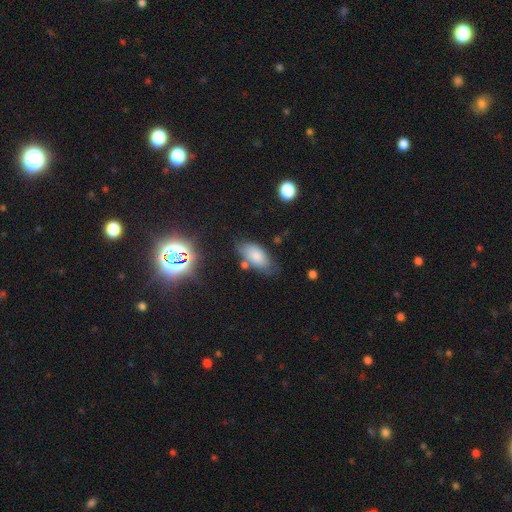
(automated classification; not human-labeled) This is likely a smooth galaxy (77%). How rounded: clearly in between (91%). Merging: likely none (63%).